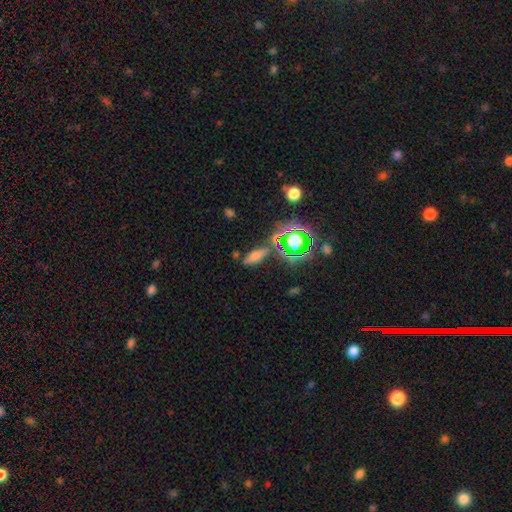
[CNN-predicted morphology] This is possibly a smooth galaxy (54%). How rounded: possibly in between (50%). Merging: likely none (74%).